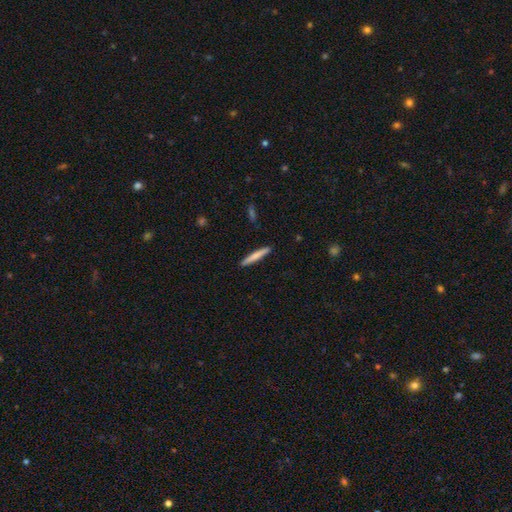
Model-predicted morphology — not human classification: smooth_or_featured: smooth (p=0.71) [alt: featured or disk p=0.23]
how_rounded: cigar-shaped (p=0.95) [alt: in between p=0.03]
merging: none (p=0.92) [alt: minor disturbance p=0.06]